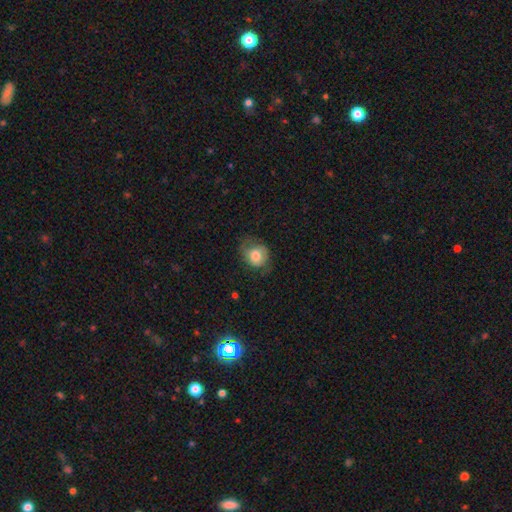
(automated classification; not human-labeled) A smooth galaxy with no disk features (72%) that is round (57%). Merging: none (50%).